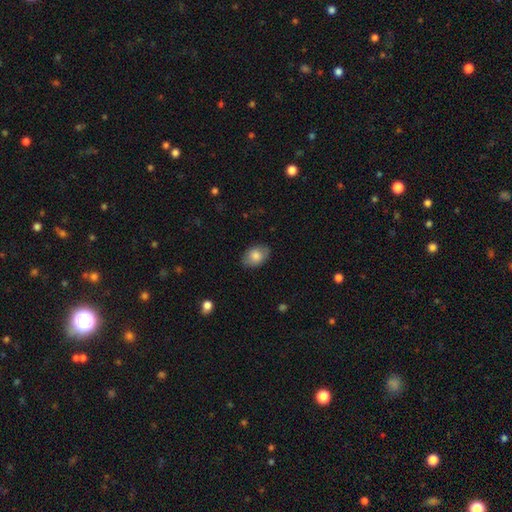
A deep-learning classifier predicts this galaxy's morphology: smooth 81%, featured or disk 12%, star or artifact 7%. Down the decision tree: how rounded — in between (82%); merging — none (83%).